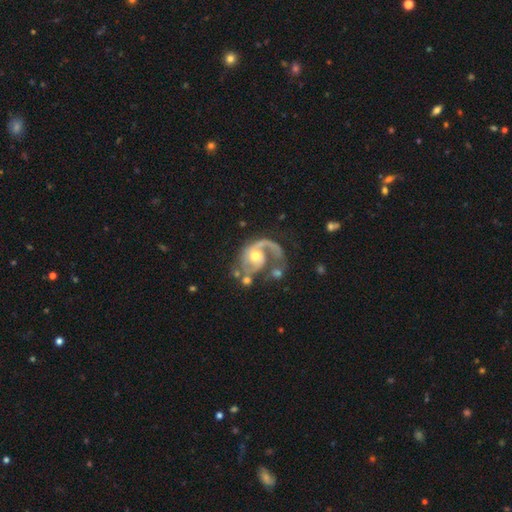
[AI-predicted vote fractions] The model was most divided on "spiral arm count": 1: 47%, 2: 45%, can't tell: 4%, 3: 2%, 4: 1%, more than 4: 1%. Remaining: edge-on disk — no (98%); spiral arms — yes (94%); smooth or featured — featured or disk (86%); bar — no (68%); bulge size — moderate (65%); spiral winding — medium (46%); merging — none (37%).